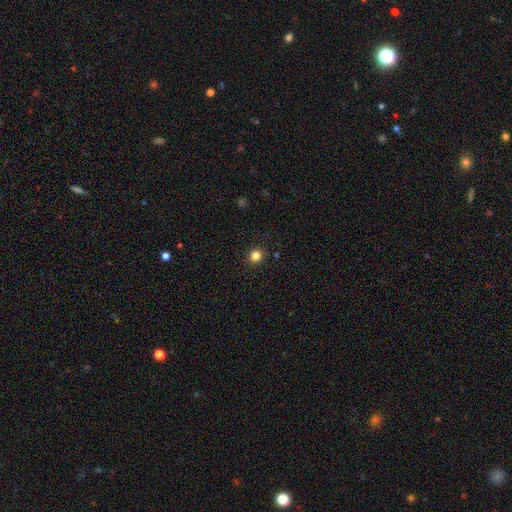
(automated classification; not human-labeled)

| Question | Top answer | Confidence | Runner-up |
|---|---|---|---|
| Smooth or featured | smooth | 82% | star or artifact (14%) |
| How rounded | round | 90% | in between (9%) |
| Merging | none | 92% | minor disturbance (5%) |